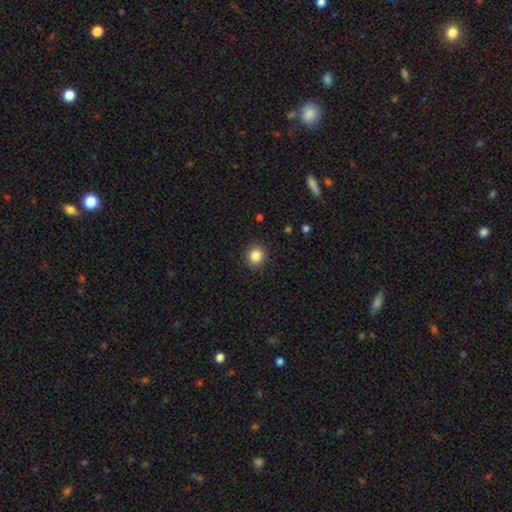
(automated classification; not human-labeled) Overall: smooth (85%). How rounded: round (89%). Merging: none (91%).